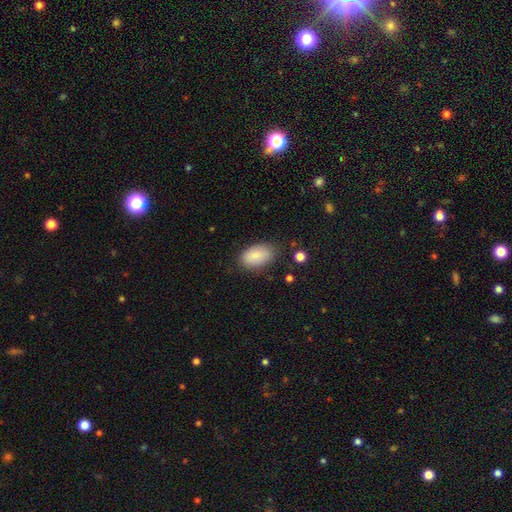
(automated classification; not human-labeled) Q: Smooth or featured?
A: smooth (86%); runner-up: featured or disk (7%)
Q: How rounded?
A: in between (93%); runner-up: round (5%)
Q: Merging?
A: none (76%); runner-up: minor disturbance (18%)